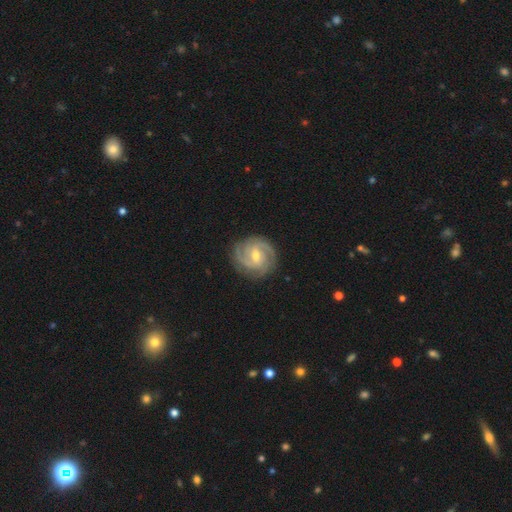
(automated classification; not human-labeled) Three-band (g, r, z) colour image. It shows a featured or disk galaxy (87%) with a weak bar (57%), 3 (35%) tight (62%) spiral arms (97%) and a moderate central bulge (55%). Merging: none (84%).